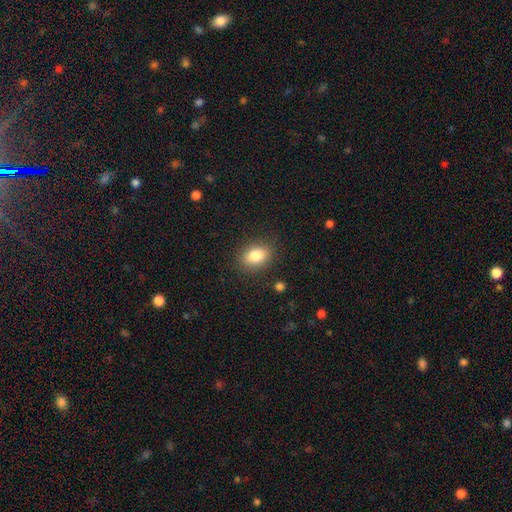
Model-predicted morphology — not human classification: smooth-or-featured: smooth: 83% | star or artifact: 9% | featured or disk: 8%
  how-rounded: in between: 77% | round: 22% | cigar-shaped: 2%
  merging: none: 86% | minor disturbance: 10% | major disturbance: 3% | merger: 1%